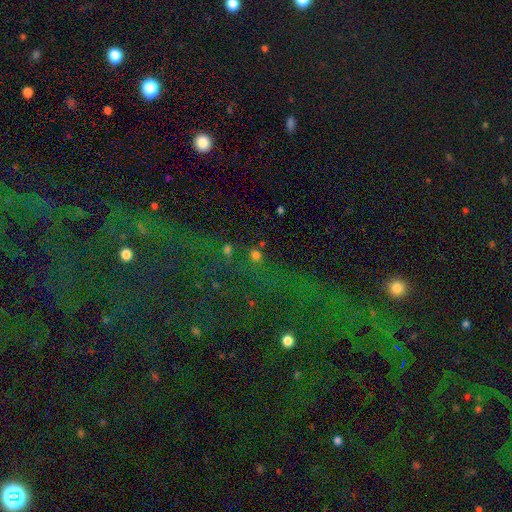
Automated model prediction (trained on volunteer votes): Smooth or featured? Predicted: smooth (p=0.64). How rounded? Predicted: round (p=0.82). Merging? Predicted: none (p=0.65).